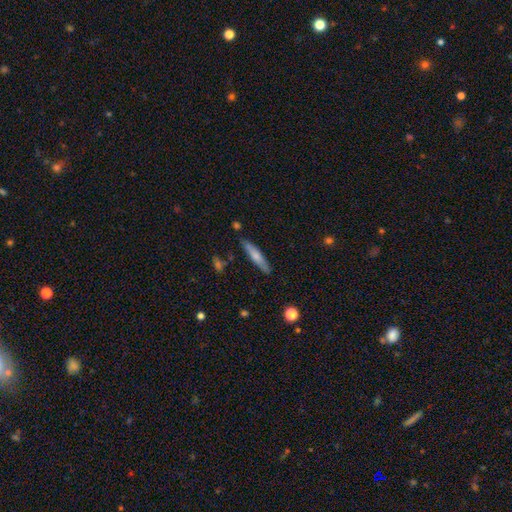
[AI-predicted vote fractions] smooth-or-featured: smooth: 65% | featured or disk: 29% | star or artifact: 6%
  how-rounded: cigar-shaped: 87% | in between: 12% | round: 1%
  merging: none: 84% | minor disturbance: 11% | merger: 2% | major disturbance: 2%